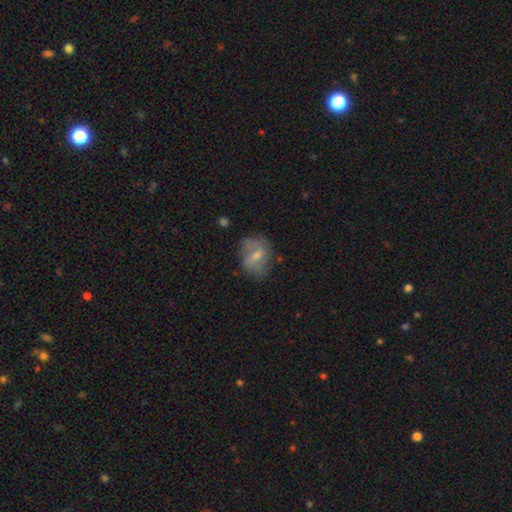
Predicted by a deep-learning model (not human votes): A featured or disk galaxy (47%).

Vote fractions:
- Smooth or featured? featured or disk: 47% / smooth: 44% / star or artifact: 9%
- Merging? none: 56% / minor disturbance: 26% / major disturbance: 15% / merger: 3%